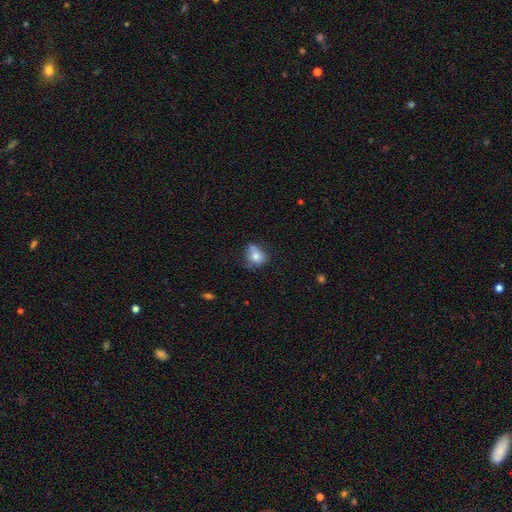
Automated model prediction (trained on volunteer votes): smooth-or-featured: smooth: 74% | featured or disk: 16% | star or artifact: 10%
  how-rounded: in between: 54% | round: 44% | cigar-shaped: 2%
  merging: none: 43% | minor disturbance: 37% | major disturbance: 15% | merger: 4%